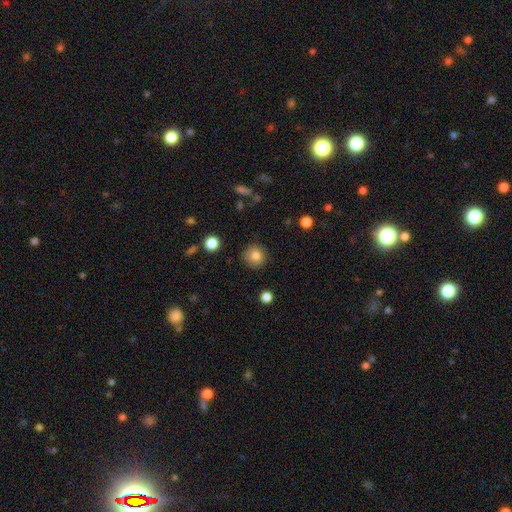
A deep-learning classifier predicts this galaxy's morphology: This is clearly a smooth galaxy (82%). How rounded: clearly round (92%). Merging: clearly none (88%).